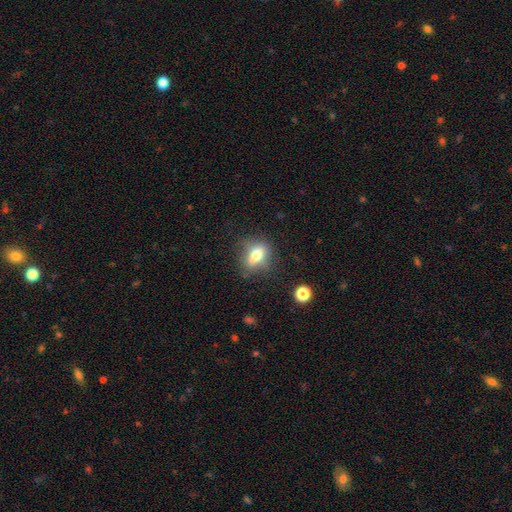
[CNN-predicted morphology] Smooth or featured? Predicted: smooth (p=0.69). How rounded? Predicted: in between (p=0.68). Merging? Predicted: none (p=0.71).